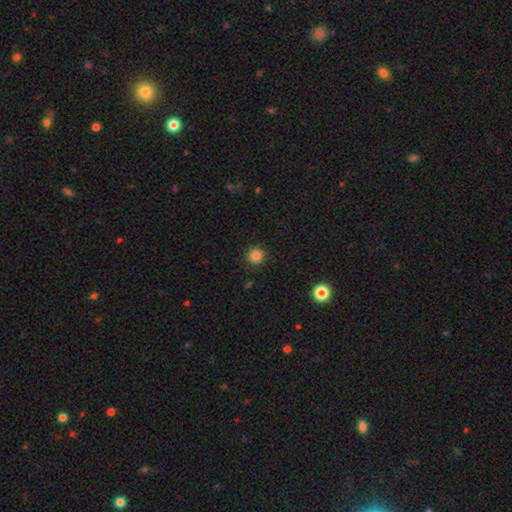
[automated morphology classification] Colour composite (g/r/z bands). It shows a smooth galaxy with no disk features (84%) that is round (93%). Merging: none (89%).